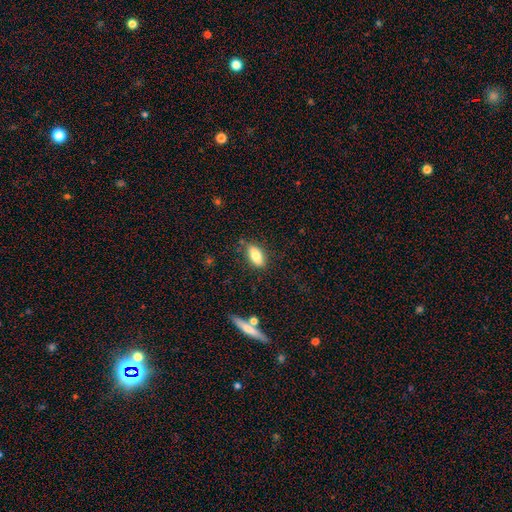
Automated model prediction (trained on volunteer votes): The model was most divided on "merging": none: 78%, minor disturbance: 15%, major disturbance: 4%, merger: 4%. More confident: how rounded — in between (87%); smooth or featured — smooth (80%).